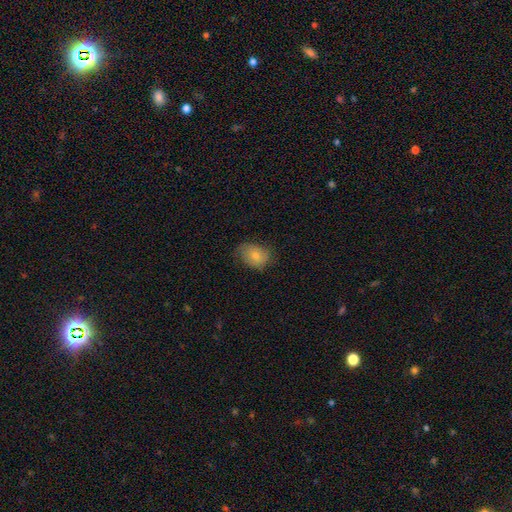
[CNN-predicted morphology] Smooth or featured?
  - smooth: 73% *
  - featured or disk: 19%
  - star or artifact: 8%
How rounded?
  - in between: 67% *
  - round: 32%
  - cigar-shaped: 1%
Merging?
  - none: 62% *
  - minor disturbance: 29%
  - major disturbance: 8%
  - merger: 1%